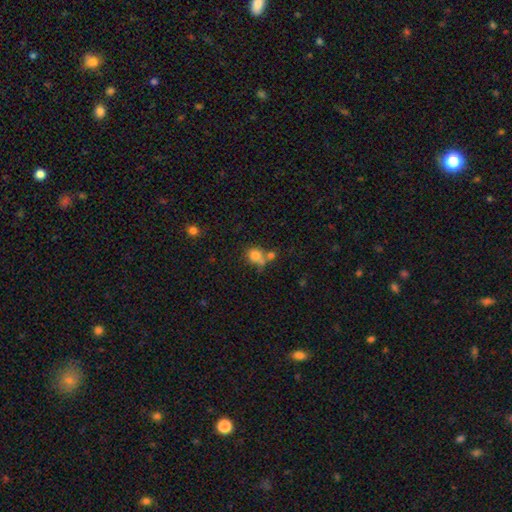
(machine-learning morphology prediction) smooth 76%, featured or disk 12%, star or artifact 12%. Down the decision tree: how rounded — round (68%); merging — none (41%).